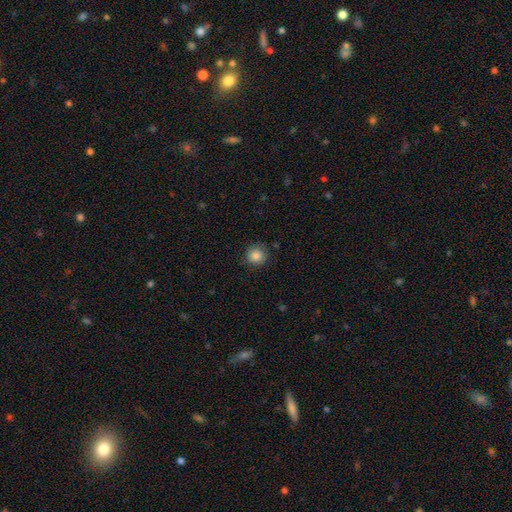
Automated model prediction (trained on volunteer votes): This appears to be a smooth galaxy with no disk features (84%) that is round (92%). Merging: none (84%).